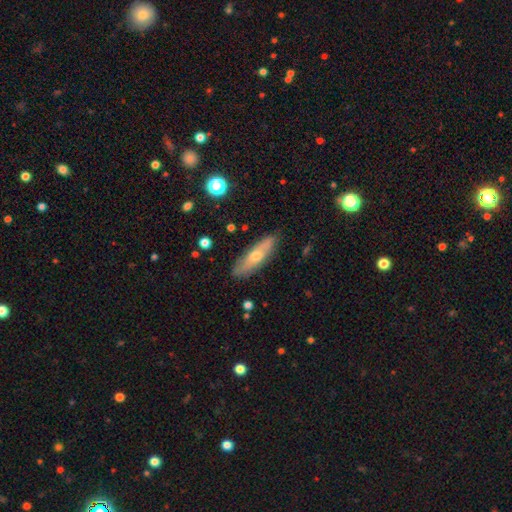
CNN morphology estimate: A smooth galaxy with no disk features (52%) that is cigar-shaped (59%). Merging: none (85%).